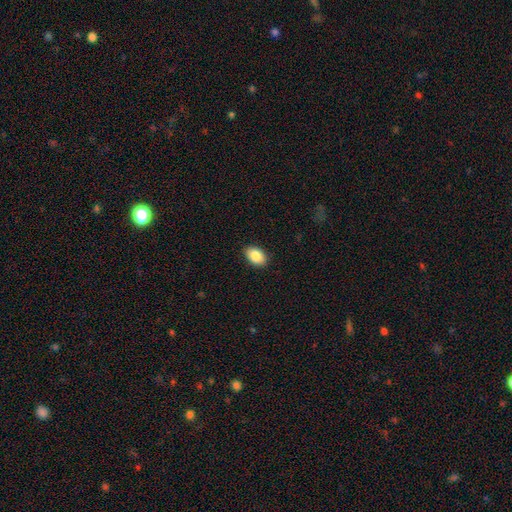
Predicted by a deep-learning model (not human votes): Smooth or featured? Predicted: smooth (p=0.87). How rounded? Predicted: in between (p=0.87). Merging? Predicted: none (p=0.88).